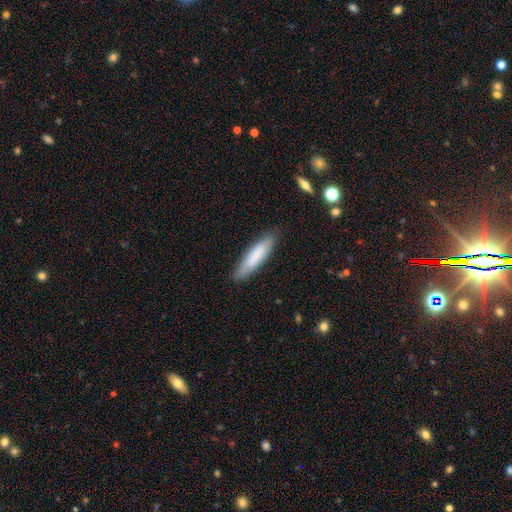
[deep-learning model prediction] This is likely a smooth galaxy (79%). How rounded: likely cigar-shaped (76%). Merging: clearly none (83%).